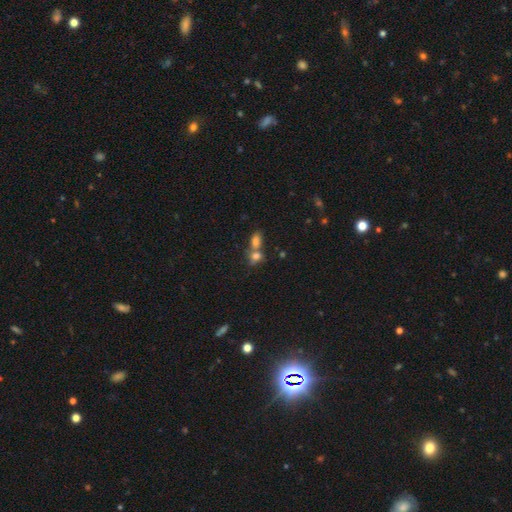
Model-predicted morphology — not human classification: Smooth or featured?
  - smooth: 75% *
  - star or artifact: 13%
  - featured or disk: 12%
How rounded?
  - in between: 59% *
  - round: 38%
  - cigar-shaped: 3%
Merging?
  - merger: 61% *
  - none: 28%
  - minor disturbance: 7%
  - major disturbance: 4%